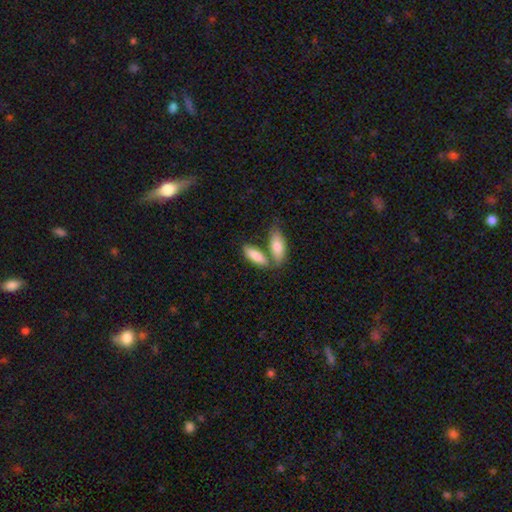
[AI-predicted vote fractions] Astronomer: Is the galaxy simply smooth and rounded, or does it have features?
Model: smooth — 83%.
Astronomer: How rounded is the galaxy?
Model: in between — 72%.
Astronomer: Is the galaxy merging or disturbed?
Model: none — 50% (runner-up: merger, 36%).